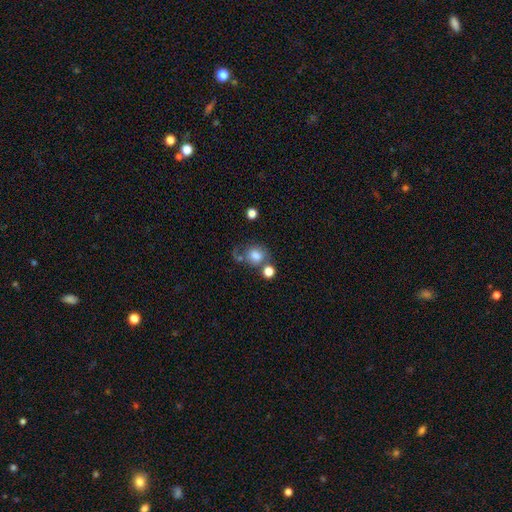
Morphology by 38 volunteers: Smooth or featured? smooth (74%)
How rounded? round (68%)
Merging? none (31%)